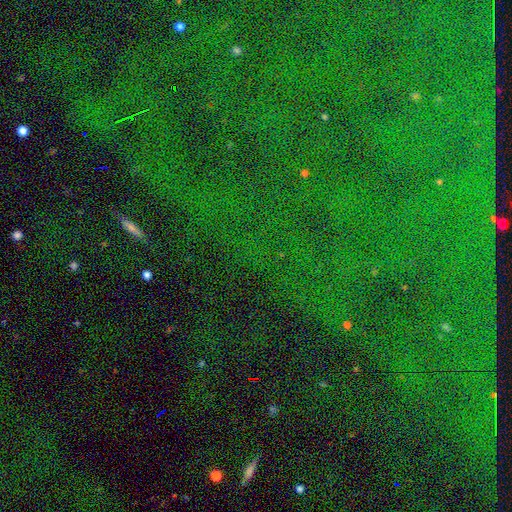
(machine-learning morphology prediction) Smooth or featured? Predicted: star or artifact (p=0.85).